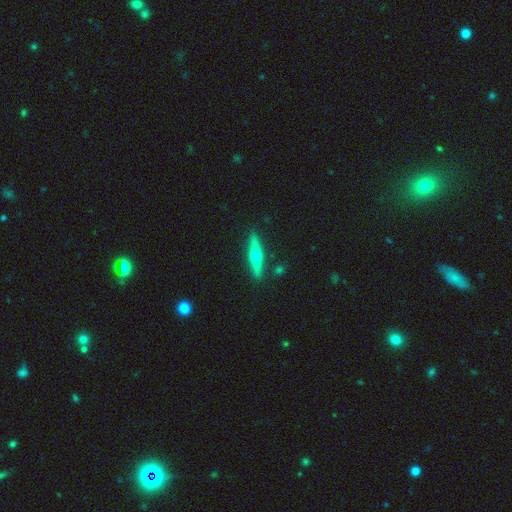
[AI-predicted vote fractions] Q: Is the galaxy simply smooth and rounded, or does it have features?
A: featured or disk — 56%.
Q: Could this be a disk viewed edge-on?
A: yes — 96%.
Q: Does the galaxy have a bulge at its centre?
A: rounded — 91%.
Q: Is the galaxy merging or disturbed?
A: none — 88%.